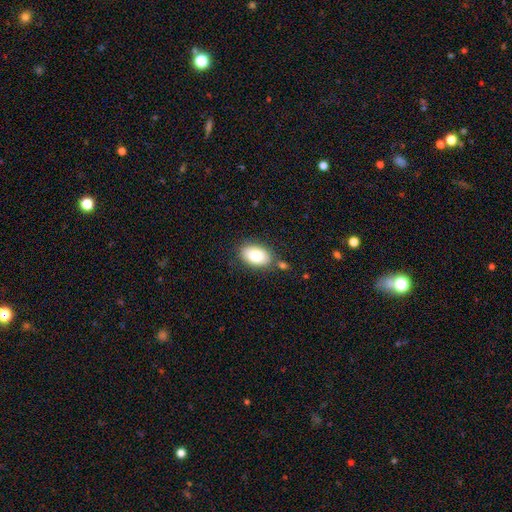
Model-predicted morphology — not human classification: Smooth or featured? Predicted: smooth (p=0.82). How rounded? Predicted: in between (p=0.91). Merging? Predicted: none (p=0.76).